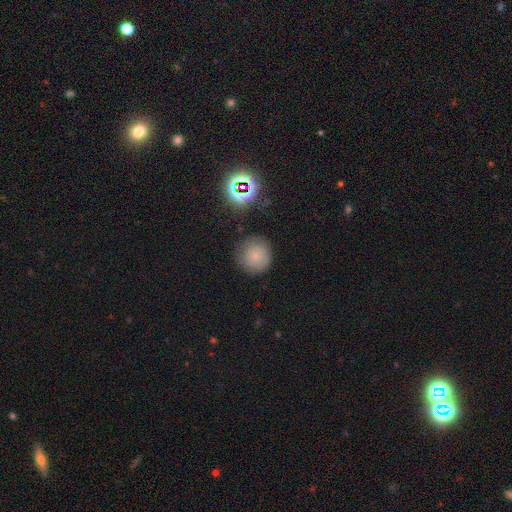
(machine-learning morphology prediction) This appears to be a smooth galaxy with no disk features (74%) that is round (93%). Merging: none (81%).